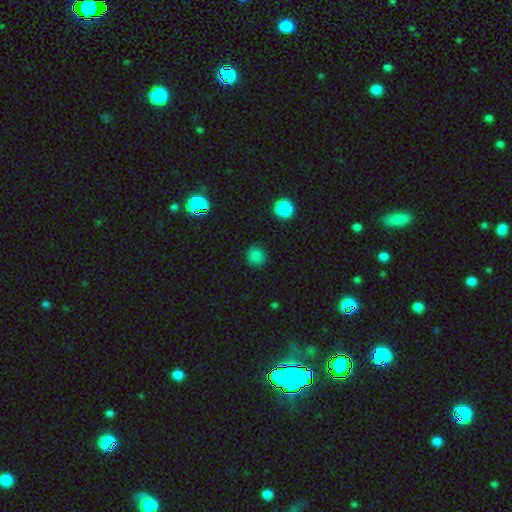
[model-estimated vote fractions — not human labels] Smooth or featured? smooth (81%)
How rounded? round (92%)
Merging? none (86%)